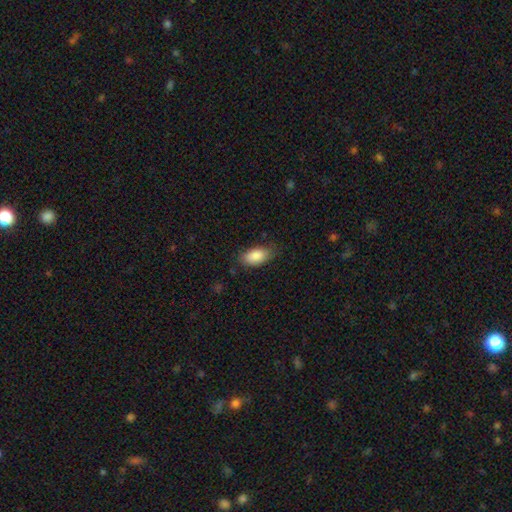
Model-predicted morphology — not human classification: The model was most divided on "merging": none: 75%, minor disturbance: 20%, major disturbance: 4%, merger: 1%. More confident: how rounded — in between (93%); smooth or featured — smooth (87%).